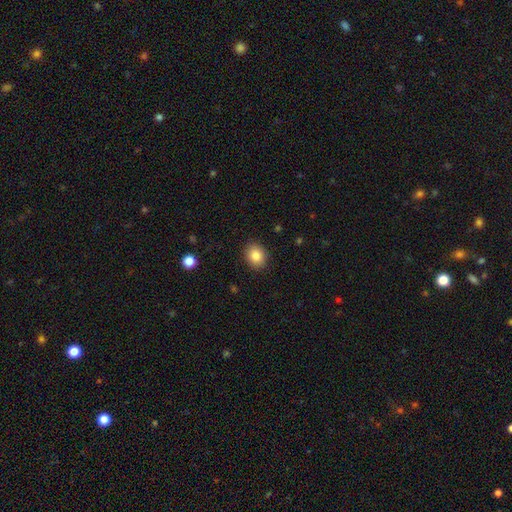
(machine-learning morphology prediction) smooth 85%, star or artifact 9%, featured or disk 6%. Down the decision tree: how rounded — round (53%); merging — none (89%).